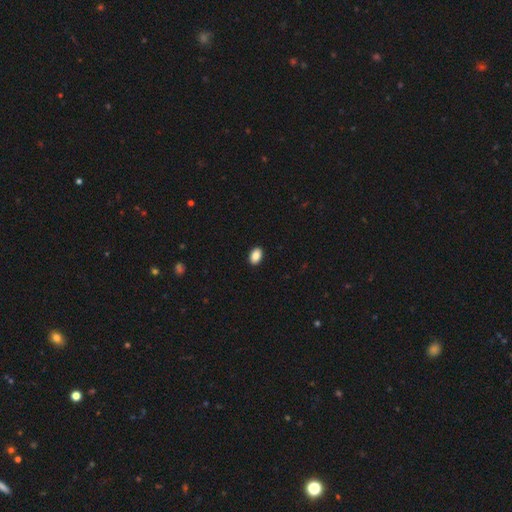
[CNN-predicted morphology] A smooth galaxy with no disk features (88%) that is in between round and cigar-shaped (87%). Merging: none (91%).